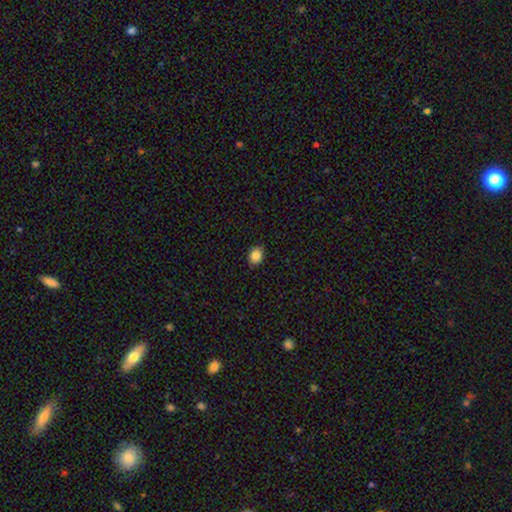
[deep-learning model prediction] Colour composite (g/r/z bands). It shows a smooth galaxy with no disk features (85%) that is in between round and cigar-shaped (51%). Merging: none (90%).